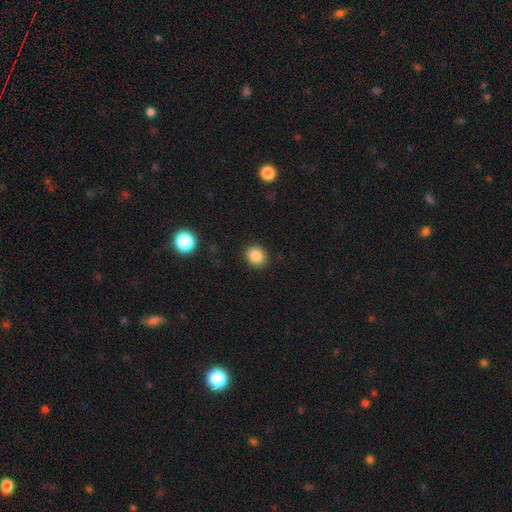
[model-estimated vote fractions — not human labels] Smooth or featured: smooth — 85% (star or artifact — 10%)
How rounded: round — 72% (in between — 27%)
Merging: none — 90% (minor disturbance — 7%)